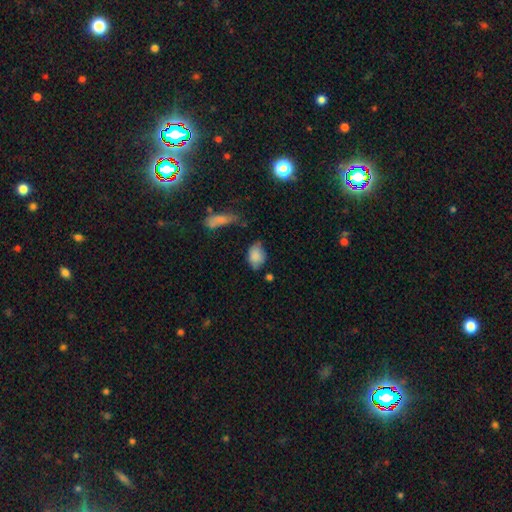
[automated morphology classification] smooth_or_featured: smooth (p=0.82) [alt: featured or disk p=0.10]
how_rounded: in between (p=0.78) [alt: round p=0.20]
merging: none (p=0.55) [alt: minor disturbance p=0.31]